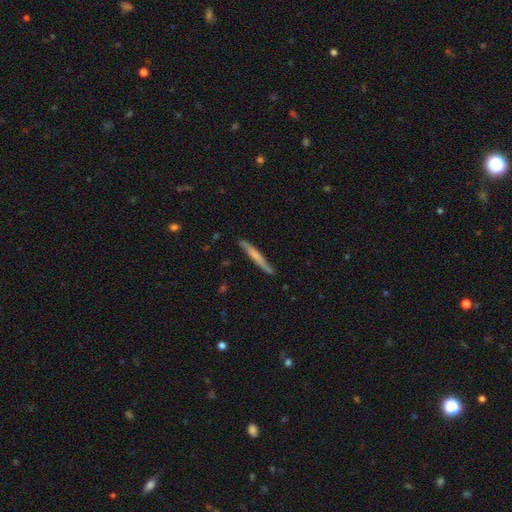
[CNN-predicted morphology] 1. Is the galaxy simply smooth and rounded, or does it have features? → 53% smooth, 42% featured or disk, 5% star or artifact.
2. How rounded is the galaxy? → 96% cigar-shaped, 3% in between, 1% round.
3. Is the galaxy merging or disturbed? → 82% none, 14% minor disturbance, 2% major disturbance, 2% merger.